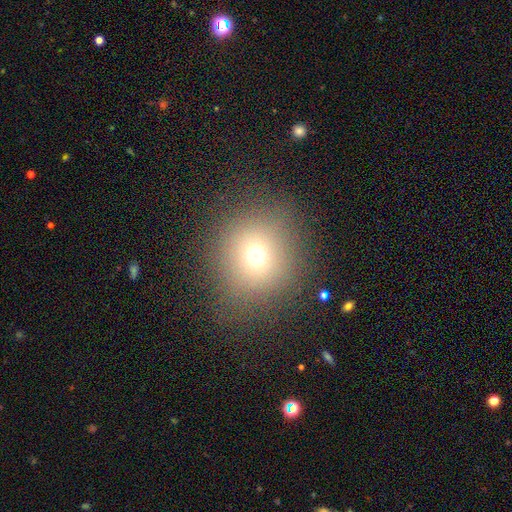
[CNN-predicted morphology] smooth 68%, star or artifact 21%, featured or disk 12%. Down the decision tree: how rounded — round (91%); merging — none (84%).